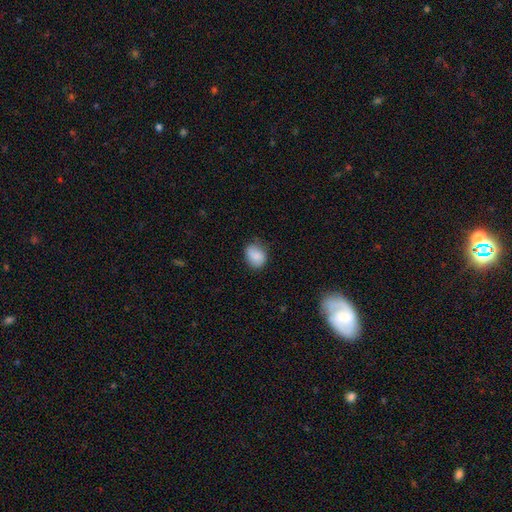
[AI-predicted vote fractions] Smooth or featured: smooth — 85% (star or artifact — 8%)
How rounded: in between — 52% (round — 47%)
Merging: none — 72% (minor disturbance — 22%)